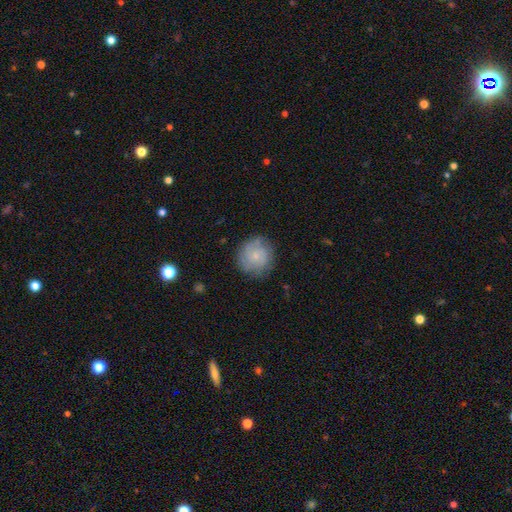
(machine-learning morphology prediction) A smooth galaxy with no disk features (57%) that is round (91%). Merging: none (78%).